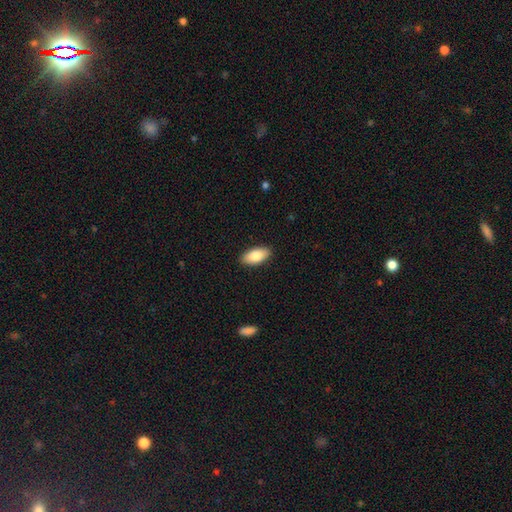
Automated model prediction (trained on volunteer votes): Smooth or featured: smooth — 85% (featured or disk — 9%)
How rounded: in between — 92% (cigar-shaped — 5%)
Merging: none — 90% (minor disturbance — 8%)